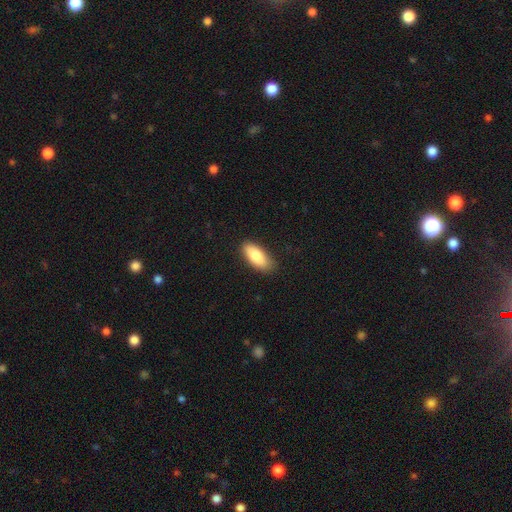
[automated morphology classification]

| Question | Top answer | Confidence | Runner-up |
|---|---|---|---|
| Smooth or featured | smooth | 84% | featured or disk (10%) |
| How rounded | in between | 82% | cigar-shaped (16%) |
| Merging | none | 84% | minor disturbance (12%) |